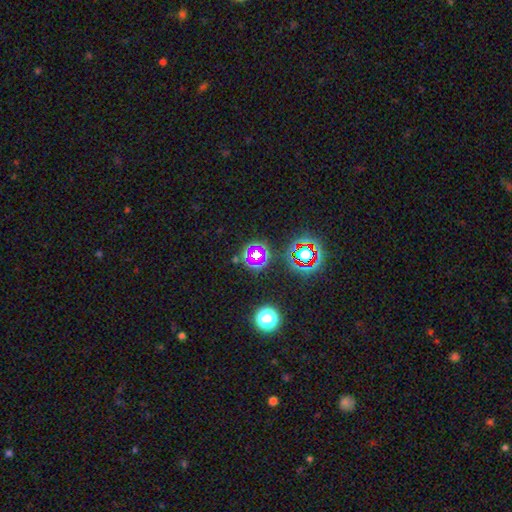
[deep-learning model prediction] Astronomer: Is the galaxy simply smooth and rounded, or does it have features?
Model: star or artifact — 55%.